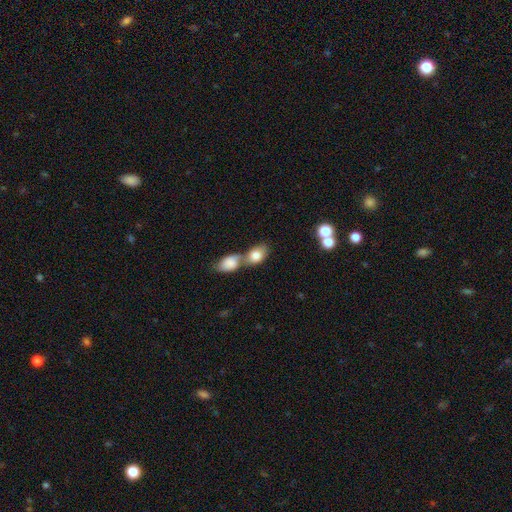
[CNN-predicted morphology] type=smooth (81%); roundness=in between (81%); merging=merger (66%).